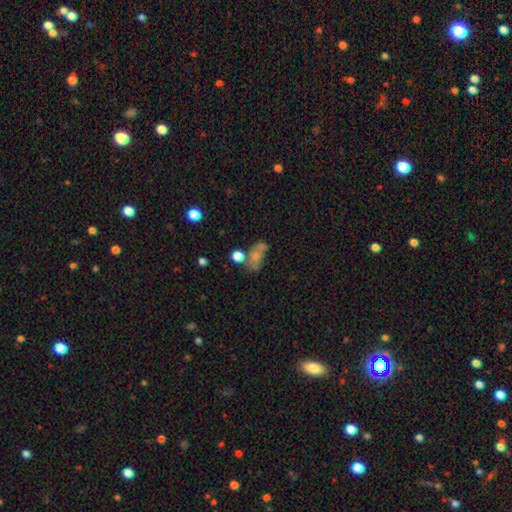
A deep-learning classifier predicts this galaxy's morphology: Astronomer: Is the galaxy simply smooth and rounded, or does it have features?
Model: smooth — 58%.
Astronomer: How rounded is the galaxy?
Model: in between — 78%.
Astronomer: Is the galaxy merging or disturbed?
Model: none — 32% (runner-up: merger, 25%).